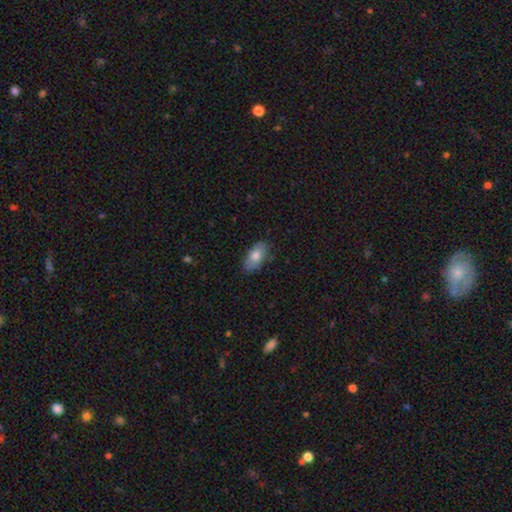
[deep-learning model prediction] smooth_or_featured: smooth (p=0.76) [alt: featured or disk p=0.18]
how_rounded: in between (p=0.92) [alt: cigar-shaped p=0.04]
merging: none (p=0.81) [alt: minor disturbance p=0.15]